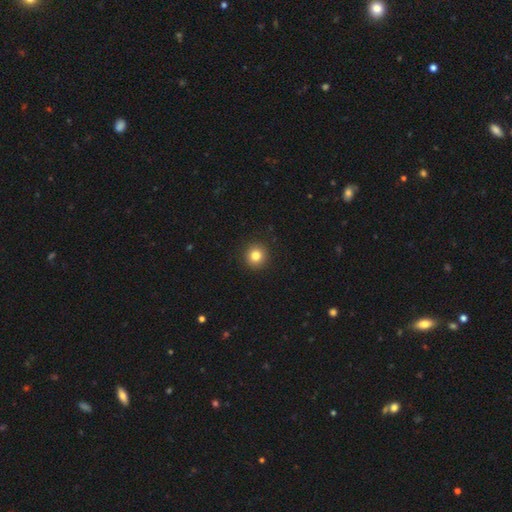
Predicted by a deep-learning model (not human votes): Smooth or featured? Predicted: smooth (p=0.82). How rounded? Predicted: round (p=0.94). Merging? Predicted: none (p=0.93).